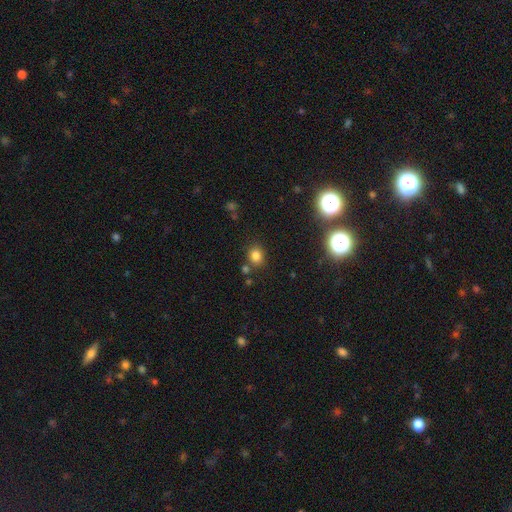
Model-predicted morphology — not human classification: Overall: smooth (80%). How rounded: round (64%; in between 35%). Merging: none (77%).